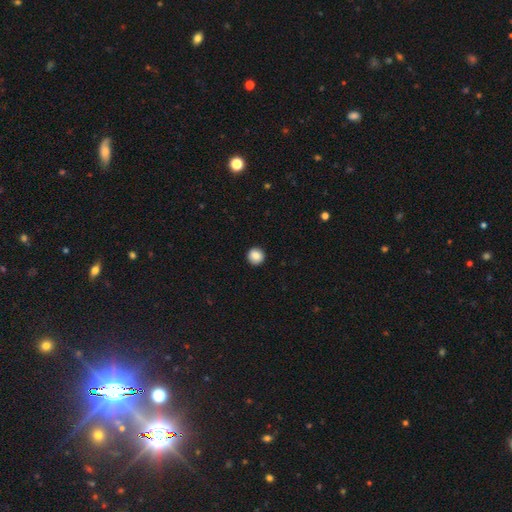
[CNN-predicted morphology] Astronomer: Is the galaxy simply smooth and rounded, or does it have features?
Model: smooth — 87%.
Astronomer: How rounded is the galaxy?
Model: round — 94%.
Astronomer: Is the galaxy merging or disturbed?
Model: none — 92%.